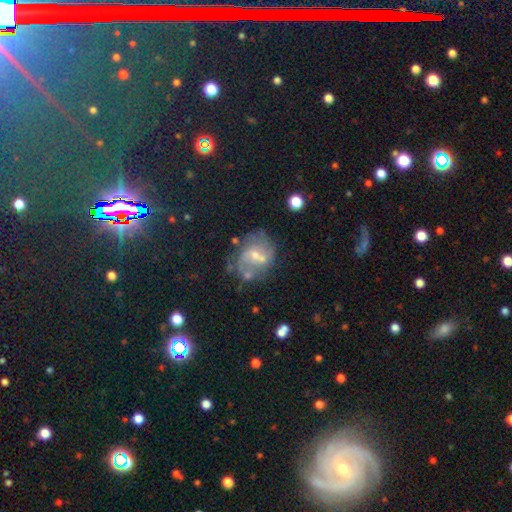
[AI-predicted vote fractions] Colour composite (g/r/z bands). It shows a featured or disk galaxy (63%) with a weak bar (47%), spiral arms (73%) and a small central bulge (56%). Merging: none (52%).